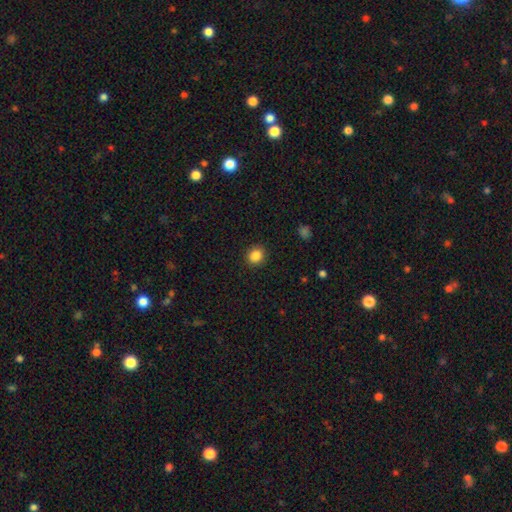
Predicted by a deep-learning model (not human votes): Smooth or featured? smooth (86%)
How rounded? round (84%)
Merging? none (91%)